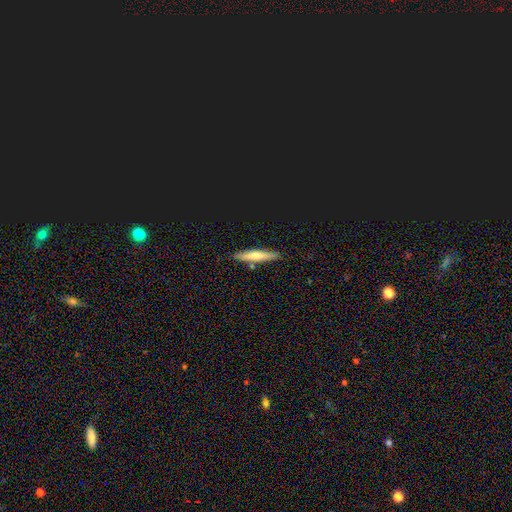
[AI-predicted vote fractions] A smooth galaxy with no disk features (58%) that is cigar-shaped (87%).

Vote fractions:
- Smooth or featured? smooth: 58% / featured or disk: 33% / star or artifact: 9%
- How rounded? cigar-shaped: 87% / in between: 11% / round: 2%
- Merging? none: 86% / minor disturbance: 9% / merger: 3% / major disturbance: 2%